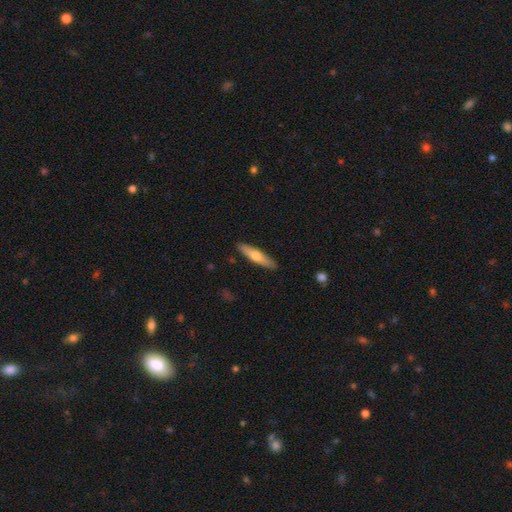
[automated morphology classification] This appears to be a smooth galaxy with no disk features (54%) that is cigar-shaped (78%). Merging: none (90%).